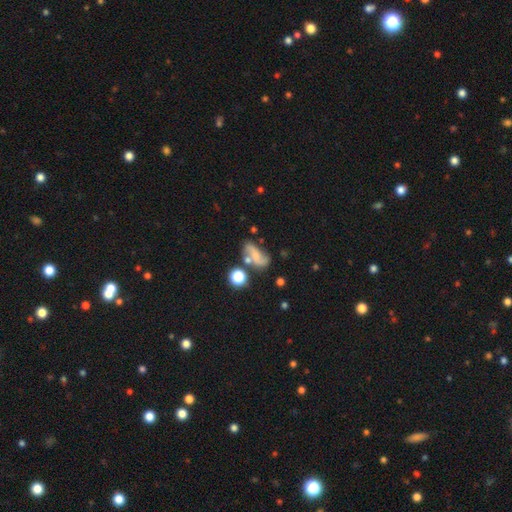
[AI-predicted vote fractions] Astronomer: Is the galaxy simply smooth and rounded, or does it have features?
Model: featured or disk — 49% (runner-up: smooth, 37%).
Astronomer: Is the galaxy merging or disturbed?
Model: none — 46% (runner-up: minor disturbance, 22%).